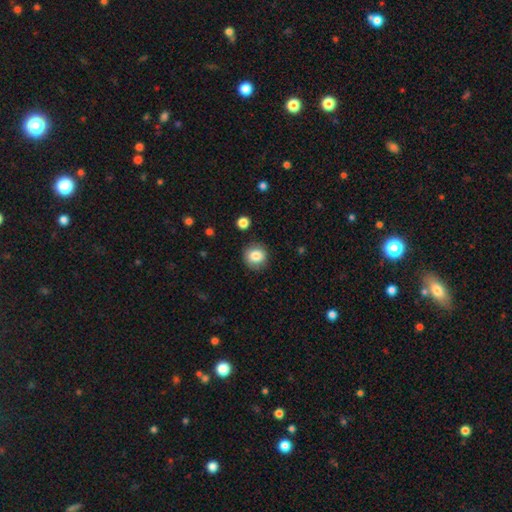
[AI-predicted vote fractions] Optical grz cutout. It shows a smooth galaxy with no disk features (83%) that is round (90%). Merging: none (88%).